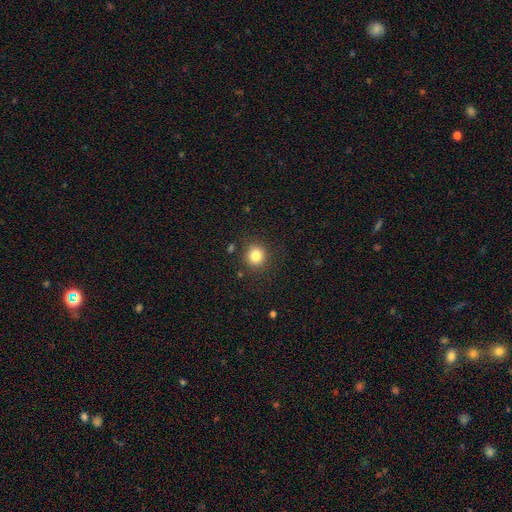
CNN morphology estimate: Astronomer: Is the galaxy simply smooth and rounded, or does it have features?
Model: smooth — 82%.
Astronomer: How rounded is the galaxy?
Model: round — 90%.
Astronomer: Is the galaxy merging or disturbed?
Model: none — 87%.